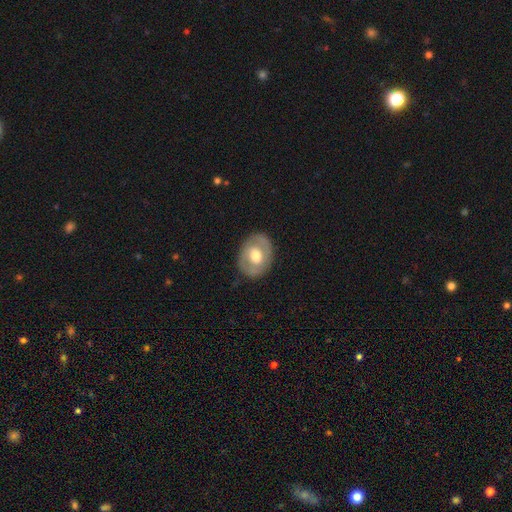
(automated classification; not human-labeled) A featured or disk galaxy (54%) with no bar (60%), no spiral arms (63%) and a moderate central bulge (68%). Merging: none (83%).